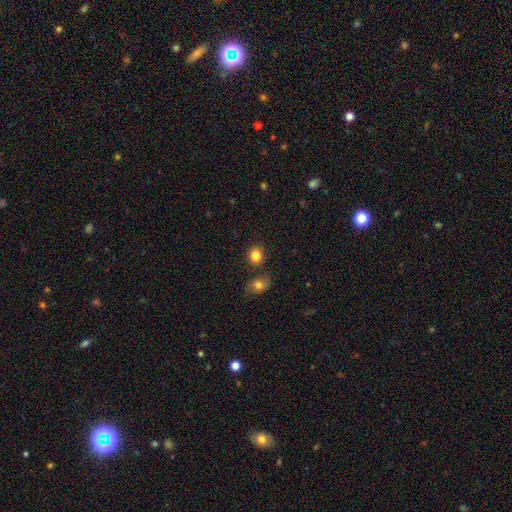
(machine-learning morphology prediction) Overall: smooth (83%). How rounded: round (56%; in between 43%). Merging: none (76%).